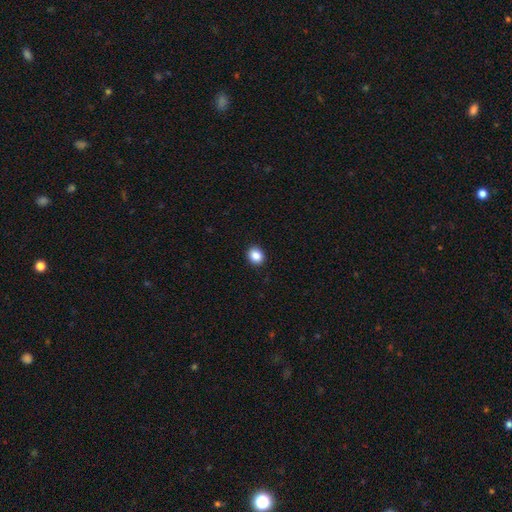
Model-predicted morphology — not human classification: Smooth or featured: smooth — 87% (star or artifact — 10%)
How rounded: round — 73% (in between — 26%)
Merging: none — 92% (minor disturbance — 5%)